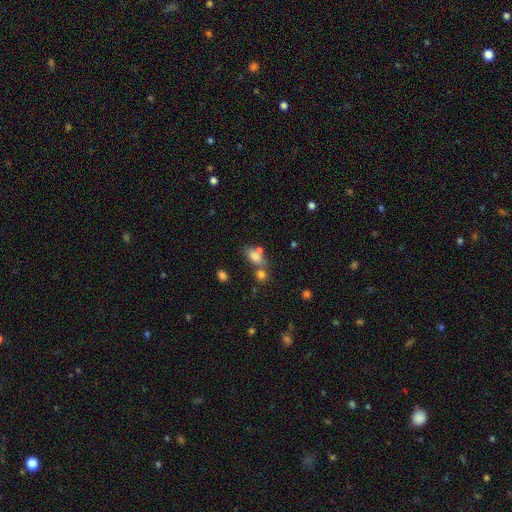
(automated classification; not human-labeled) smooth-or-featured: smooth: 75% | featured or disk: 13% | star or artifact: 12%
  how-rounded: in between: 79% | round: 11% | cigar-shaped: 9%
  merging: none: 47% | merger: 32% | minor disturbance: 15% | major disturbance: 7%